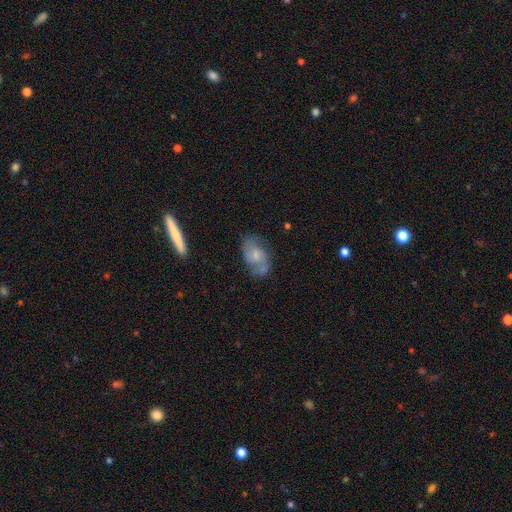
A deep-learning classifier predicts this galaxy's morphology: featured or disk 65%, smooth 28%, star or artifact 8%. Down the decision tree: edge-on disk — no (95%); bar — no (61%); spiral arms — yes (87%); spiral arm count — 2 (83%); spiral winding — medium (49%); bulge size — small (44%); merging — none (62%).